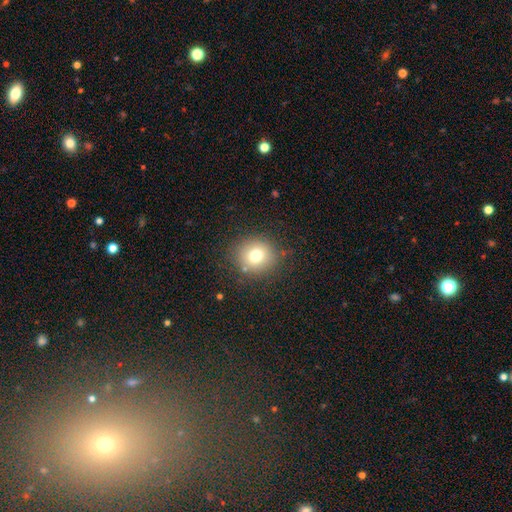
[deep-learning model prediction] Smooth or featured? smooth (74%)
How rounded? round (86%)
Merging? none (85%)